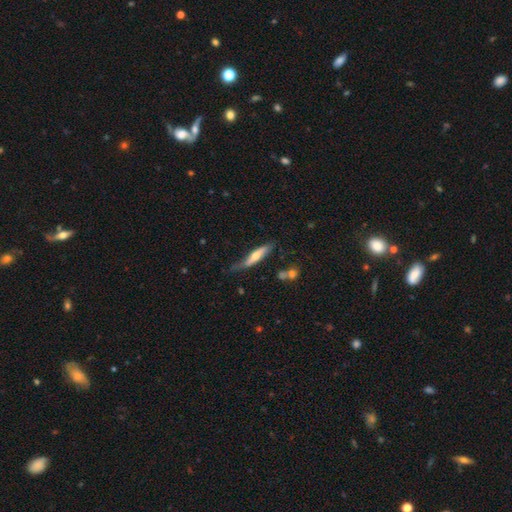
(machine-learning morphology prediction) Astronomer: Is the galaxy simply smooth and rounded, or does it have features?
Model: smooth — 49% (runner-up: featured or disk, 45%).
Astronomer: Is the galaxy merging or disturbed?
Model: none — 53% (runner-up: minor disturbance, 34%).